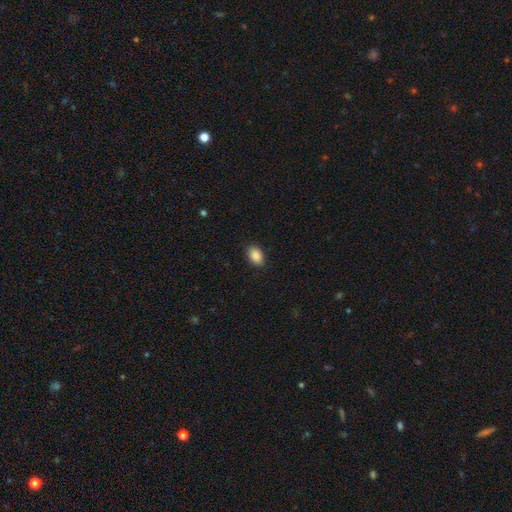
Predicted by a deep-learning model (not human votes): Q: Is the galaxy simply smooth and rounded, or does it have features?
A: smooth — 89%.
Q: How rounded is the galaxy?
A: in between — 84%.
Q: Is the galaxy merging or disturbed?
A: none — 87%.